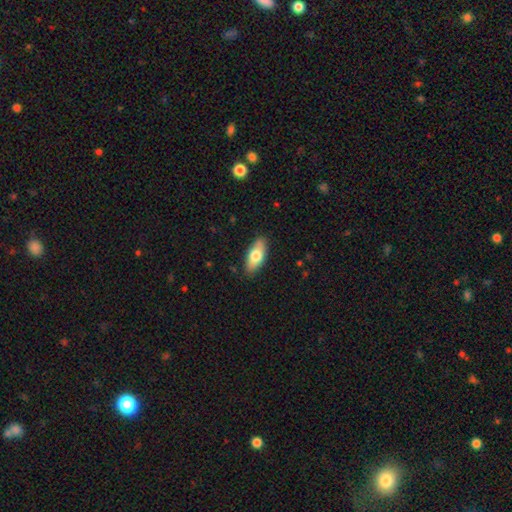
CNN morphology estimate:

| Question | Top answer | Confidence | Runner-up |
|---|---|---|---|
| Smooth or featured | smooth | 72% | featured or disk (22%) |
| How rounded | in between | 82% | cigar-shaped (15%) |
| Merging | none | 86% | minor disturbance (11%) |